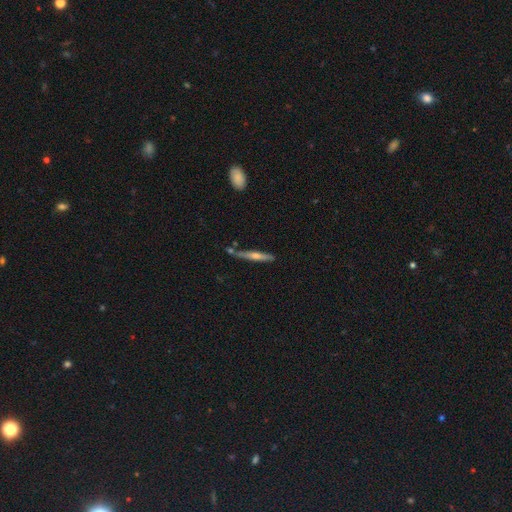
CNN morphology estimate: Q: Smooth or featured?
A: featured or disk (62%); runner-up: smooth (30%)
Q: Edge-on disk?
A: yes (96%); runner-up: no (4%)
Q: Edge-on bulge?
A: rounded (80%); runner-up: none (13%)
Q: Merging?
A: none (79%); runner-up: minor disturbance (12%)